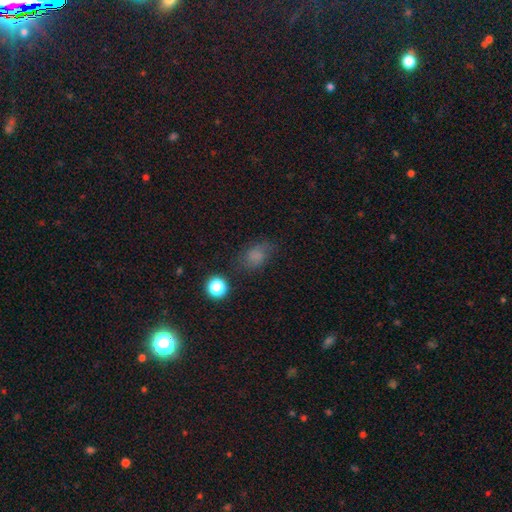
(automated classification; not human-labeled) smooth_or_featured: smooth (p=0.68) [alt: star or artifact p=0.18]
how_rounded: in between (p=0.67) [alt: round p=0.31]
merging: none (p=0.63) [alt: minor disturbance p=0.25]